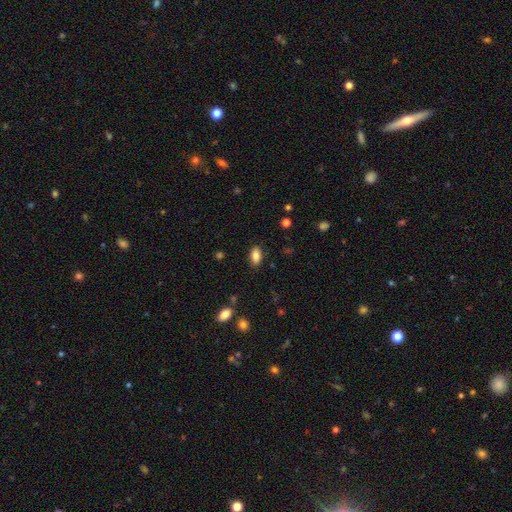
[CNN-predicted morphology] Smooth or featured: smooth — 85% (star or artifact — 8%)
How rounded: in between — 91% (round — 5%)
Merging: none — 86% (minor disturbance — 10%)